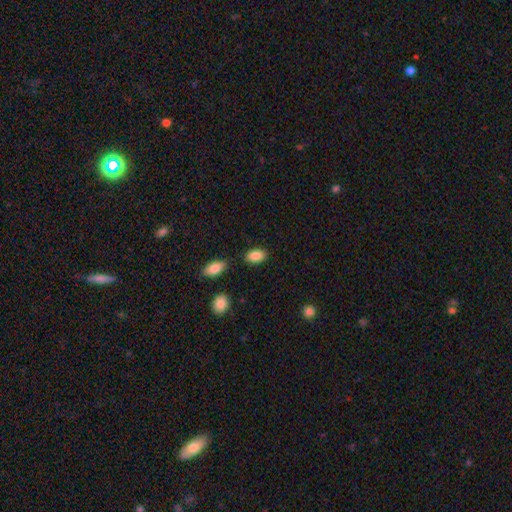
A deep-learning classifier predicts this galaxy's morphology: Smooth or featured?
  - smooth: 87% *
  - star or artifact: 7%
  - featured or disk: 5%
How rounded?
  - in between: 91% *
  - round: 7%
  - cigar-shaped: 2%
Merging?
  - none: 82% *
  - minor disturbance: 11%
  - merger: 4%
  - major disturbance: 3%